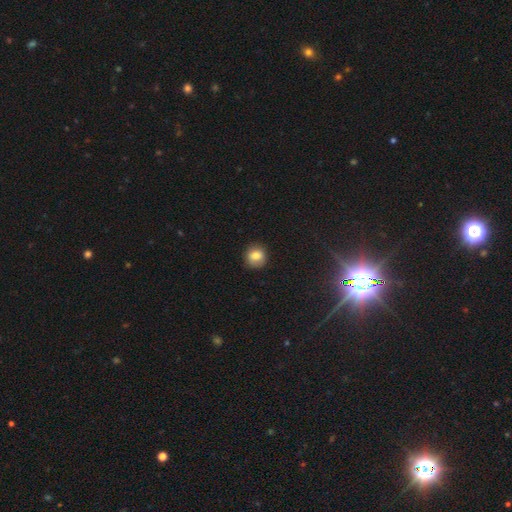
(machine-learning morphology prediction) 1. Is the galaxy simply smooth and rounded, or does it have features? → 81% smooth, 10% star or artifact, 9% featured or disk.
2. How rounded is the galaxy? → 86% round, 13% in between, 1% cigar-shaped.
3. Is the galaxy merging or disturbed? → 85% none, 11% minor disturbance, 3% major disturbance, 1% merger.